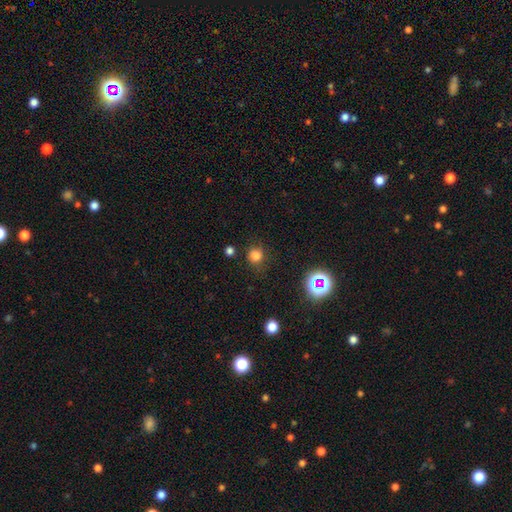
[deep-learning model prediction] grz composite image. It shows a smooth galaxy with no disk features (77%) that is round (89%). Merging: none (78%).